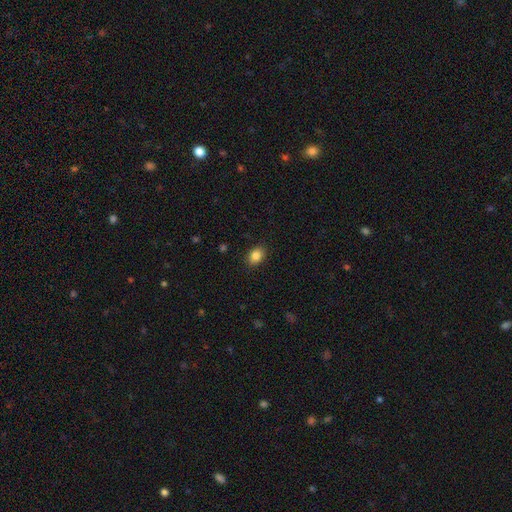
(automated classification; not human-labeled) smooth 86%, star or artifact 9%, featured or disk 5%. Down the decision tree: how rounded — in between (70%); merging — none (89%).